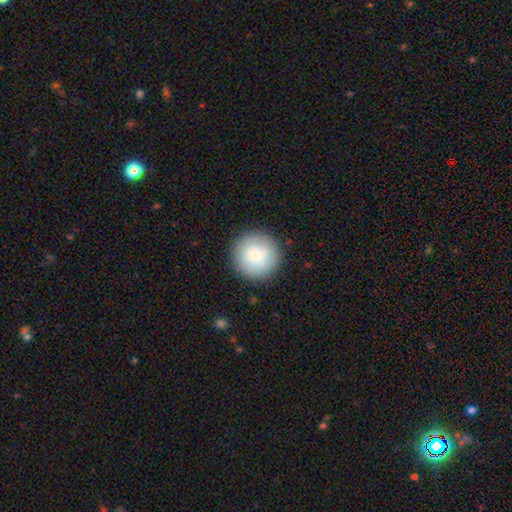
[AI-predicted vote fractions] Q: Smooth or featured?
A: smooth (78%); runner-up: featured or disk (15%)
Q: How rounded?
A: round (96%); runner-up: in between (3%)
Q: Merging?
A: none (89%); runner-up: minor disturbance (8%)